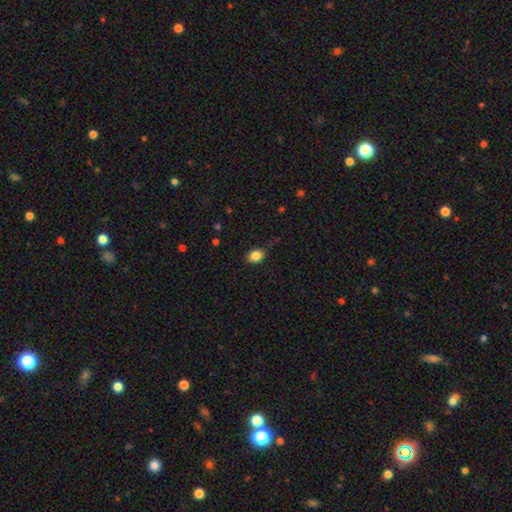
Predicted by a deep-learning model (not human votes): This is clearly a smooth galaxy (85%). How rounded: likely in between (65%). Merging: likely none (78%).